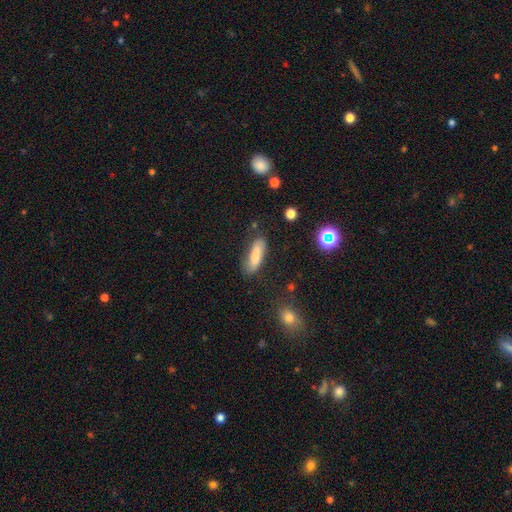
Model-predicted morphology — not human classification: Smooth or featured? Predicted: smooth (p=0.74). How rounded? Predicted: cigar-shaped (p=0.49, tied with in between). Merging? Predicted: none (p=0.71).